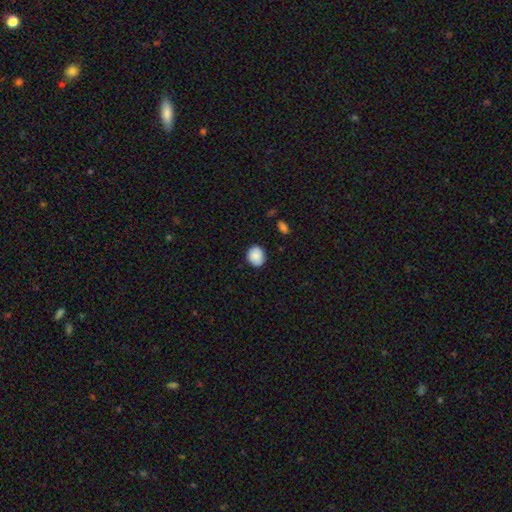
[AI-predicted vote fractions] Overall: smooth (88%). How rounded: round (64%; in between 35%). Merging: none (86%).